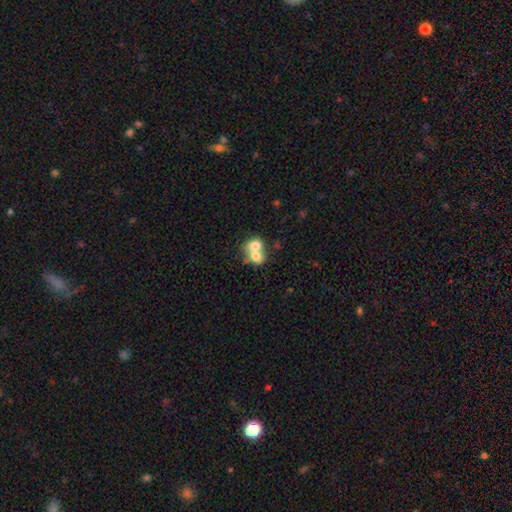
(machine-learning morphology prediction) This is likely a smooth galaxy (70%). How rounded: possibly round (59%). Merging: likely merger (71%).